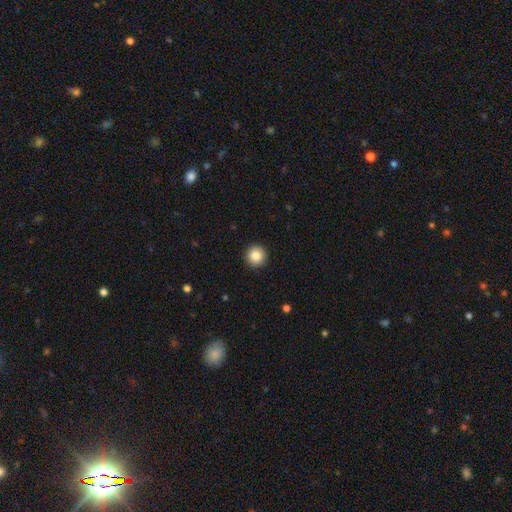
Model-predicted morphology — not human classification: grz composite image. It shows a smooth galaxy with no disk features (85%) that is round (96%). Merging: none (93%).